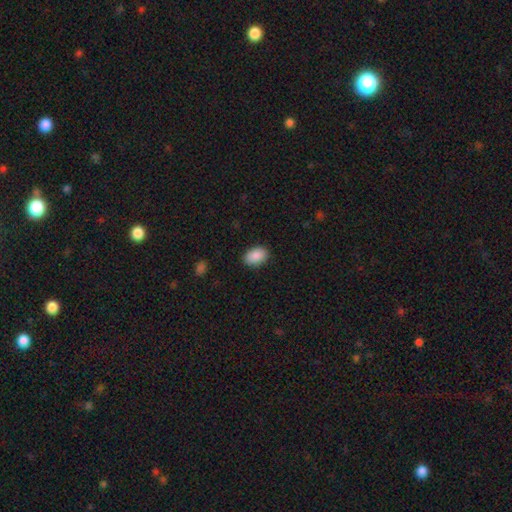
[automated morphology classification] smooth_or_featured: smooth (p=0.90) [alt: star or artifact p=0.07]
how_rounded: in between (p=0.90) [alt: round p=0.09]
merging: none (p=0.88) [alt: minor disturbance p=0.09]